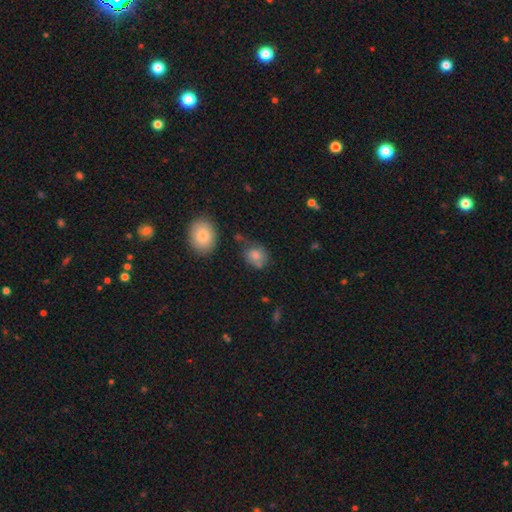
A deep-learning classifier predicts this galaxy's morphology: A smooth galaxy with no disk features (79%) that is round (60%). Merging: none (58%).